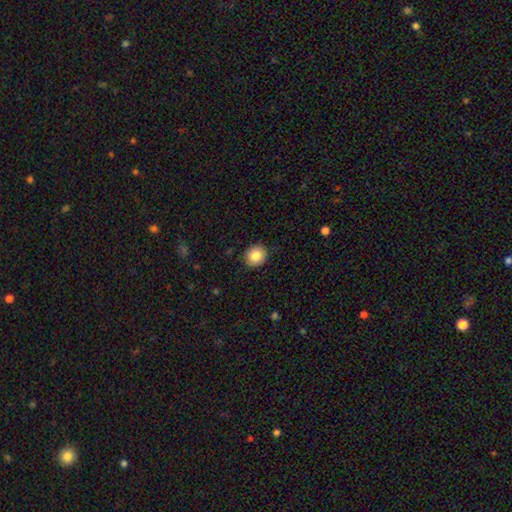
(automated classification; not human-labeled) This is clearly a smooth galaxy (85%). How rounded: likely round (80%). Merging: clearly none (89%).